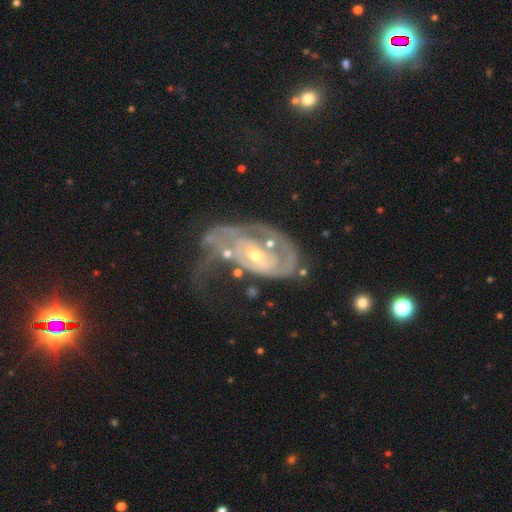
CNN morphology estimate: Smooth or featured? Predicted: featured or disk (p=0.83). Edge-on disk? Predicted: no (p=0.96). Bar? Predicted: no (p=0.61). Spiral arms? Predicted: yes (p=0.83). Spiral winding? Predicted: tight (p=0.49). Spiral arm count? Predicted: 2 (p=0.36). Bulge size? Predicted: small (p=0.58). Merging? Predicted: major disturbance (p=0.45).